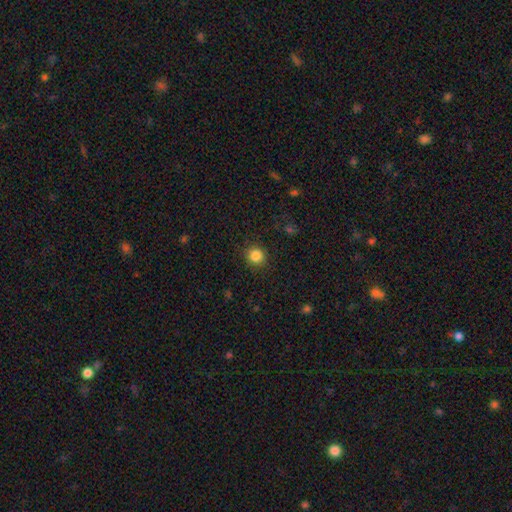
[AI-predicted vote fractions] smooth-or-featured: smooth: 85% | star or artifact: 11% | featured or disk: 4%
  how-rounded: round: 90% | in between: 9% | cigar-shaped: 1%
  merging: none: 90% | minor disturbance: 7% | major disturbance: 3% | merger: 1%